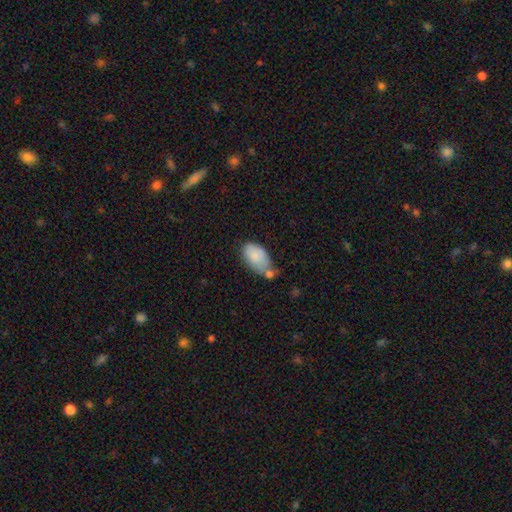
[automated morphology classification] This appears to be a smooth galaxy with no disk features (83%) that is in between round and cigar-shaped (93%). Merging: none (39%).